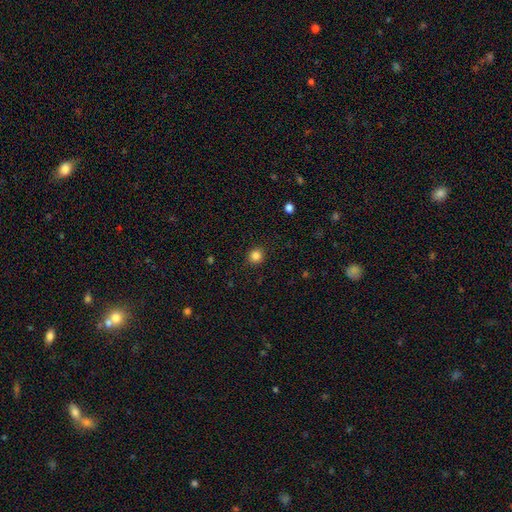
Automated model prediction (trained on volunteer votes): A smooth galaxy with no disk features (84%) that is round (90%).

Vote fractions:
- Smooth or featured? smooth: 84% / star or artifact: 12% / featured or disk: 4%
- How rounded? round: 90% / in between: 9% / cigar-shaped: 1%
- Merging? none: 90% / minor disturbance: 7% / major disturbance: 2% / merger: 1%